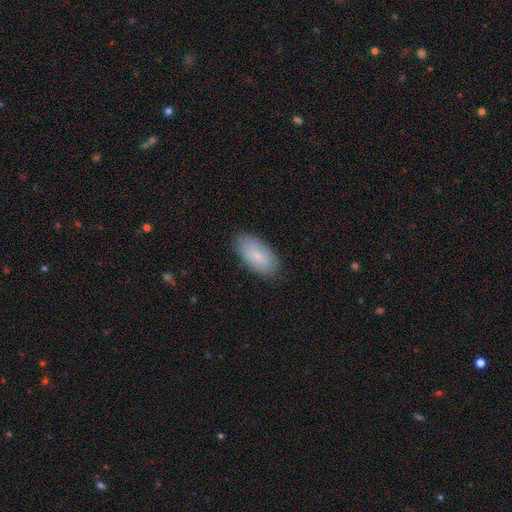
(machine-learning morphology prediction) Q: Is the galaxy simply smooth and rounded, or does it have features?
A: smooth — 78%.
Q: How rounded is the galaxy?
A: in between — 92%.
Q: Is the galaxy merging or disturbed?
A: none — 84%.